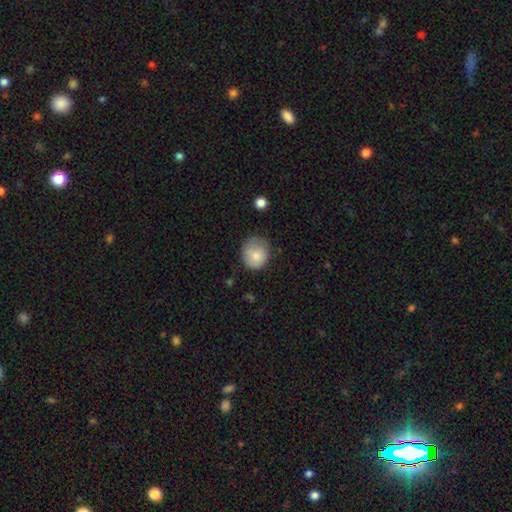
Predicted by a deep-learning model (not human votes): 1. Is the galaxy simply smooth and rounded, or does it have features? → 81% smooth, 11% featured or disk, 8% star or artifact.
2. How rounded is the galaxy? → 78% round, 21% in between, 1% cigar-shaped.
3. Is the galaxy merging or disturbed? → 60% none, 30% minor disturbance, 9% major disturbance, 2% merger.